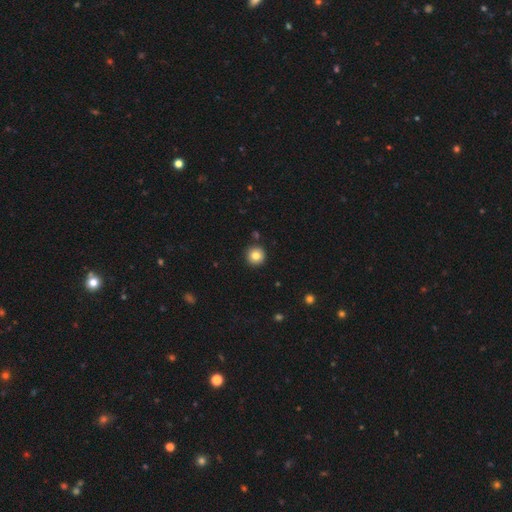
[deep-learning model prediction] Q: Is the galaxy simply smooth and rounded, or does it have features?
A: smooth — 81%.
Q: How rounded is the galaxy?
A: round — 96%.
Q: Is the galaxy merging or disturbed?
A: none — 91%.